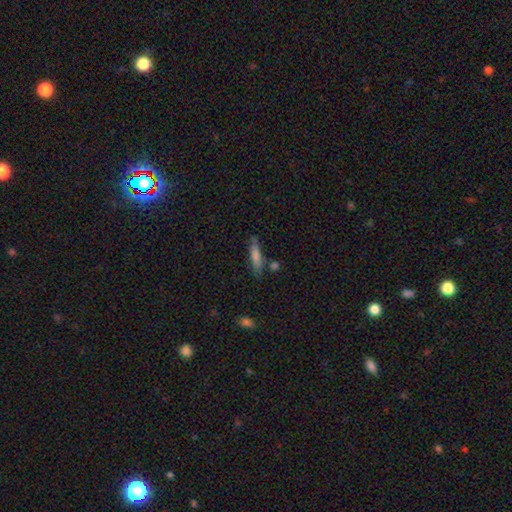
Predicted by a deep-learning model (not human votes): smooth 69%, featured or disk 23%, star or artifact 8%. Down the decision tree: how rounded — cigar-shaped (81%); merging — none (76%).